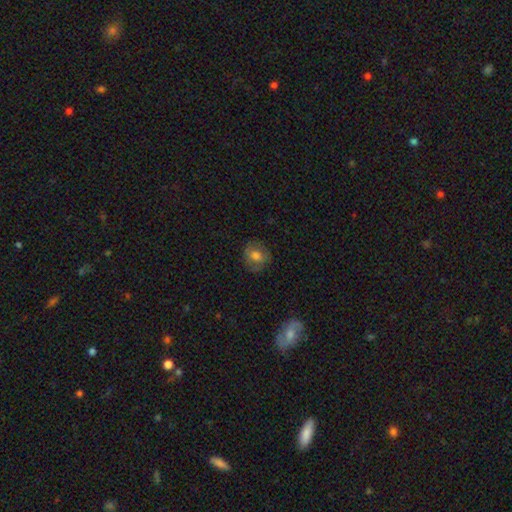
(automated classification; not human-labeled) The model was most divided on "smooth or featured": smooth: 68%, featured or disk: 22%, star or artifact: 10%. More confident: merging — none (79%); how rounded — round (78%).